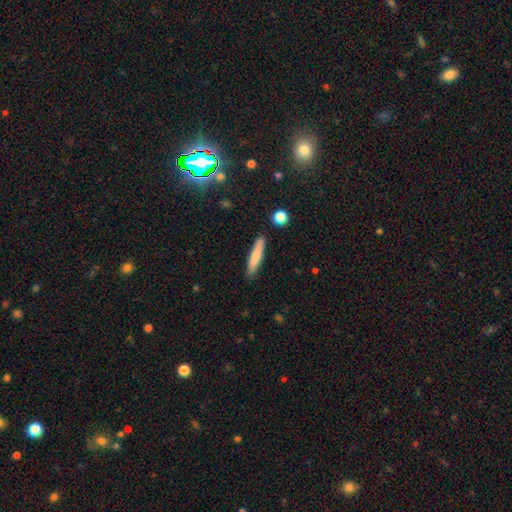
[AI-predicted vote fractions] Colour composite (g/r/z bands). It shows a smooth galaxy with no disk features (74%) that is cigar-shaped (88%). Merging: none (86%).